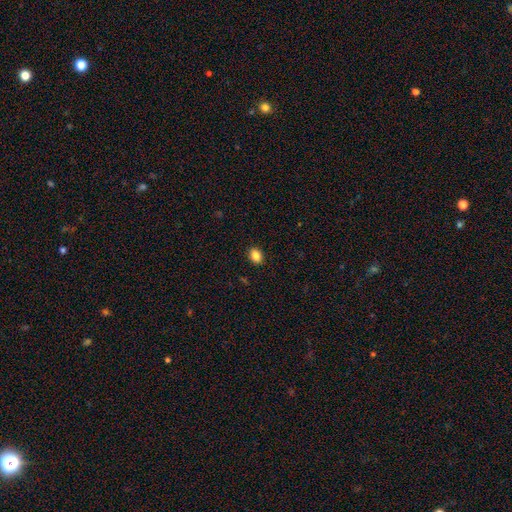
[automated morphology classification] Overall: smooth (87%). How rounded: in between (73%). Merging: none (90%).